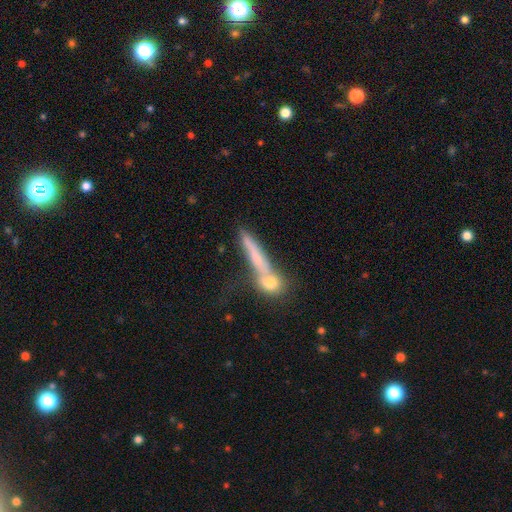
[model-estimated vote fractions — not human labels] Smooth or featured? Predicted: smooth (p=0.63). How rounded? Predicted: cigar-shaped (p=0.80). Merging? Predicted: none (p=0.49).